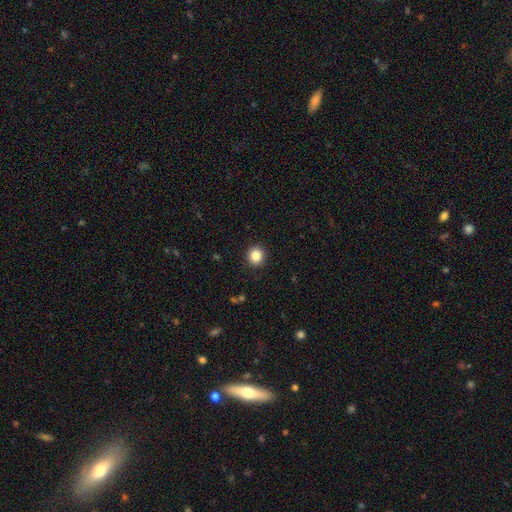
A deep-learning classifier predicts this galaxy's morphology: A smooth galaxy with no disk features (86%) that is round (90%).

Vote fractions:
- Smooth or featured? smooth: 86% / star or artifact: 10% / featured or disk: 4%
- How rounded? round: 90% / in between: 10% / cigar-shaped: 1%
- Merging? none: 92% / minor disturbance: 6% / major disturbance: 2% / merger: 1%